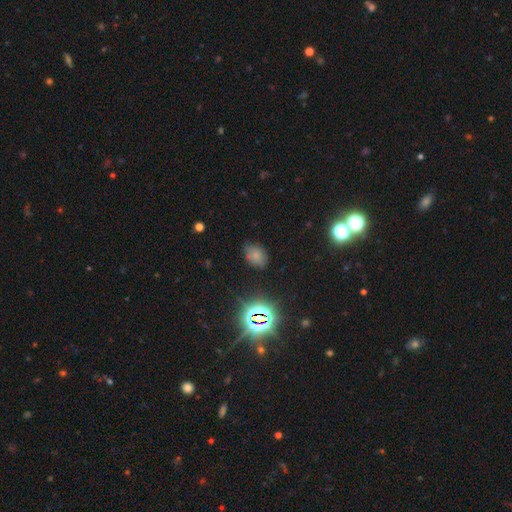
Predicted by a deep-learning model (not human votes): smooth_or_featured: smooth (p=0.66) [alt: star or artifact p=0.24]
how_rounded: in between (p=0.78) [alt: round p=0.21]
merging: none (p=0.73) [alt: minor disturbance p=0.20]